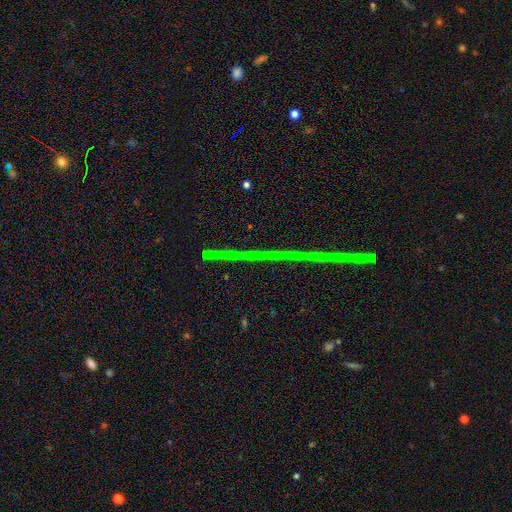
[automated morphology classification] A star or artifact, not a galaxy (77%).